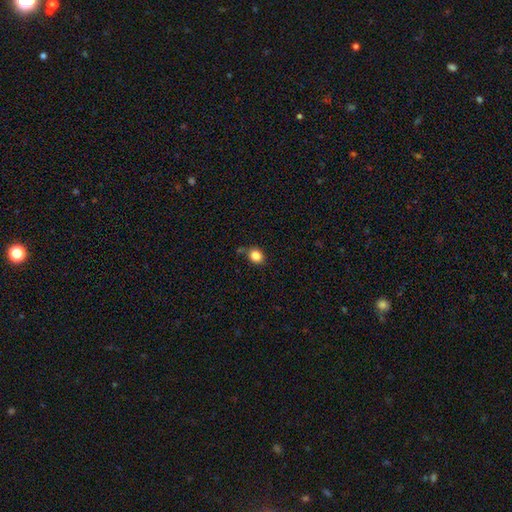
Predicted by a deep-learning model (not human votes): The model was most divided on "how rounded": round: 58%, in between: 41%, cigar-shaped: 1%. More confident: smooth or featured — smooth (85%); merging — none (71%).